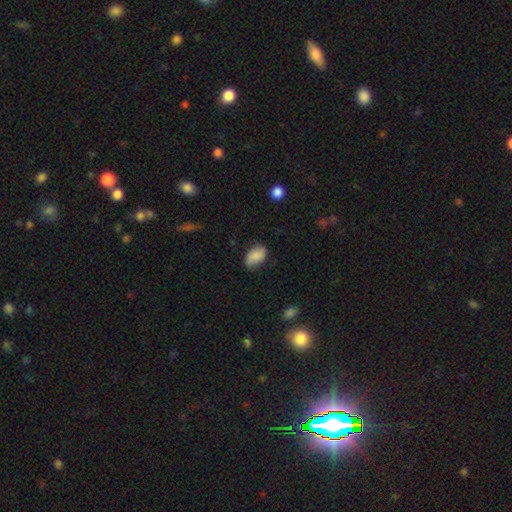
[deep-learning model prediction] Smooth or featured: smooth — 77% (featured or disk — 16%)
How rounded: in between — 90% (round — 9%)
Merging: none — 63% (minor disturbance — 29%)